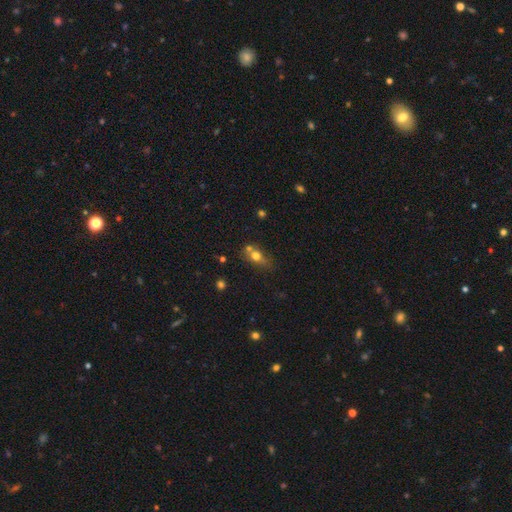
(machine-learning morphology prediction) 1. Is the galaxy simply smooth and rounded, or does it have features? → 67% smooth, 19% featured or disk, 14% star or artifact.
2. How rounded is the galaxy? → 49% in between, 45% round, 6% cigar-shaped.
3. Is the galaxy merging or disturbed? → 44% none, 34% merger, 15% minor disturbance, 7% major disturbance.